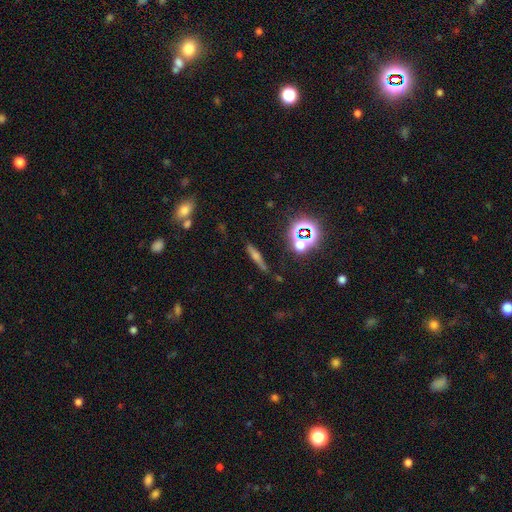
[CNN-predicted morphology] The model was most divided on "smooth or featured": featured or disk: 39%, smooth: 34%, star or artifact: 27%. More confident: merging — none (80%).